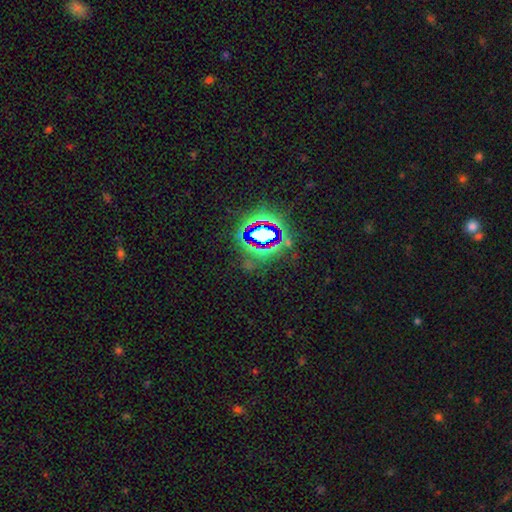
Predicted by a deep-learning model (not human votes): Smooth or featured: star or artifact — 79% (smooth — 11%)